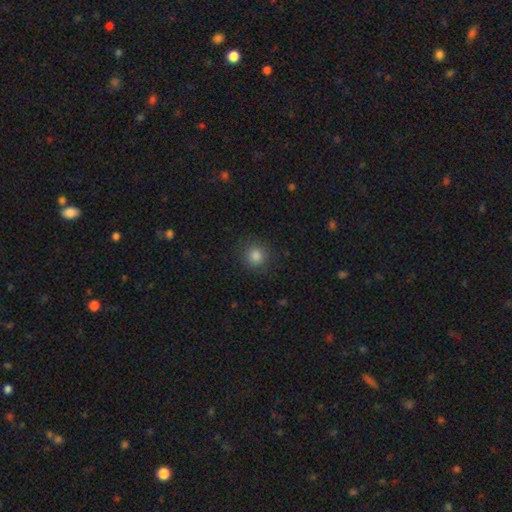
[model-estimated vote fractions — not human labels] smooth 84%, star or artifact 12%, featured or disk 4%. Down the decision tree: how rounded — round (92%); merging — none (88%).